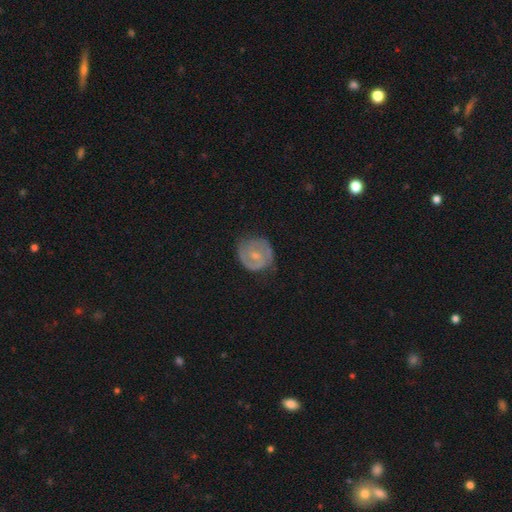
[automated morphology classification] Smooth or featured? featured or disk (67%)
Edge-on disk? no (97%)
Bar? no (54%)
Spiral arms? yes (83%)
Spiral winding? tight (51%)
Spiral arm count? 2 (63%)
Bulge size? small (61%)
Merging? none (68%)